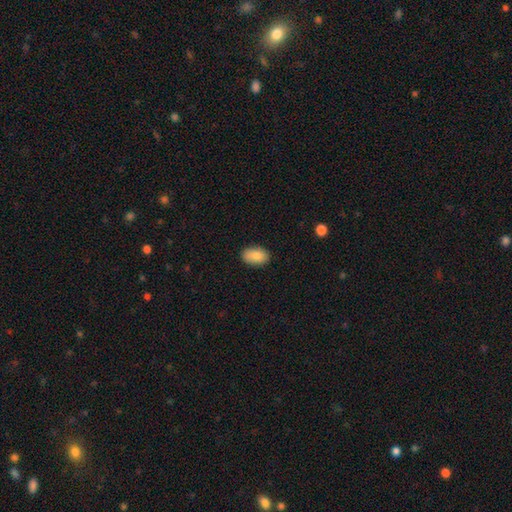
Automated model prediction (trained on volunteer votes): A smooth galaxy with no disk features (87%) that is in between round and cigar-shaped (91%).

Vote fractions:
- Smooth or featured? smooth: 87% / star or artifact: 7% / featured or disk: 6%
- How rounded? in between: 91% / round: 7% / cigar-shaped: 1%
- Merging? none: 87% / minor disturbance: 10% / major disturbance: 2% / merger: 1%